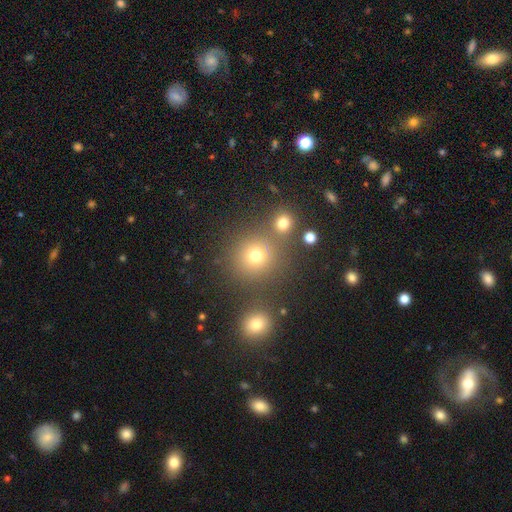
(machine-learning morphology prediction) Overall: smooth (73%). How rounded: round (90%). Merging: none (73%).